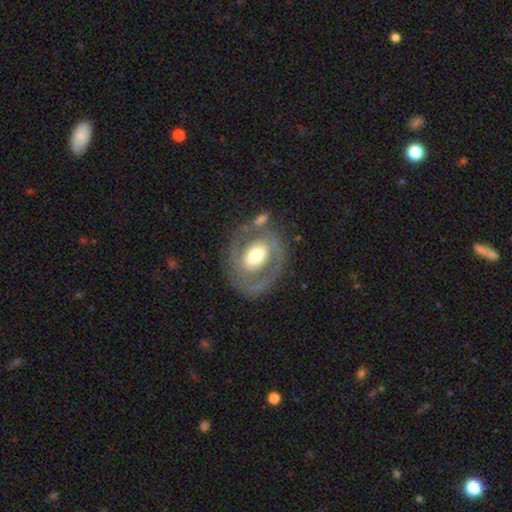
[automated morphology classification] A featured or disk galaxy (68%) with no bar (44%), spiral arms (56%) and a moderate central bulge (55%).

Vote fractions:
- Smooth or featured? featured or disk: 68% / smooth: 27% / star or artifact: 6%
- Edge-on disk? no: 95% / yes: 5%
- Bar? no: 44% / weak: 32% / strong: 24%
- Spiral arms? yes: 56% / no: 44%
- Bulge size? moderate: 55% / large: 31% / small: 9% / dominant: 3% / none: 1%
- Merging? none: 69% / minor disturbance: 15% / major disturbance: 10% / merger: 5%